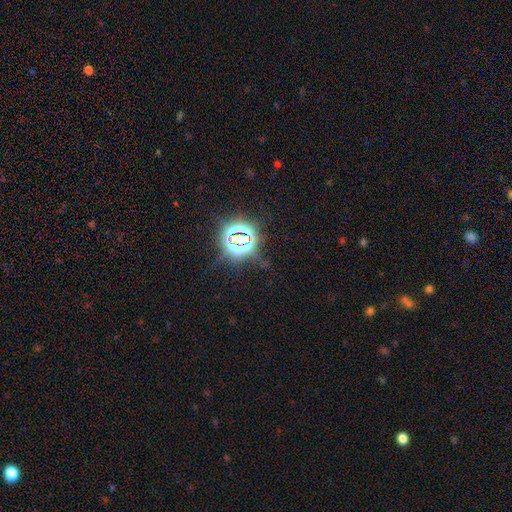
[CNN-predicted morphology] A star or artifact, not a galaxy (81%).

Vote fractions:
- Smooth or featured? star or artifact: 81% / smooth: 12% / featured or disk: 7%